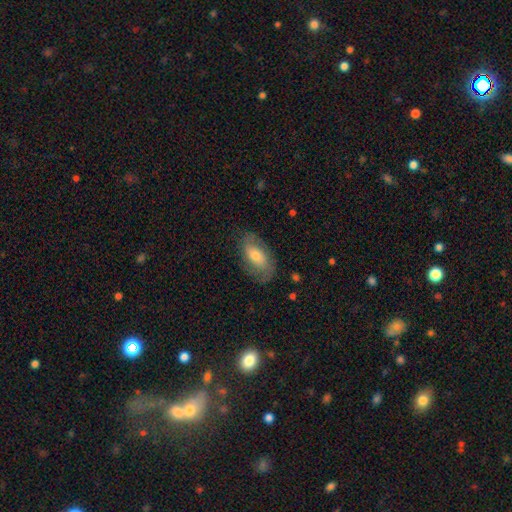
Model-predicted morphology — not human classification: The model was most divided on "smooth or featured": smooth: 48%, featured or disk: 44%, star or artifact: 7%. More confident: merging — none (74%).